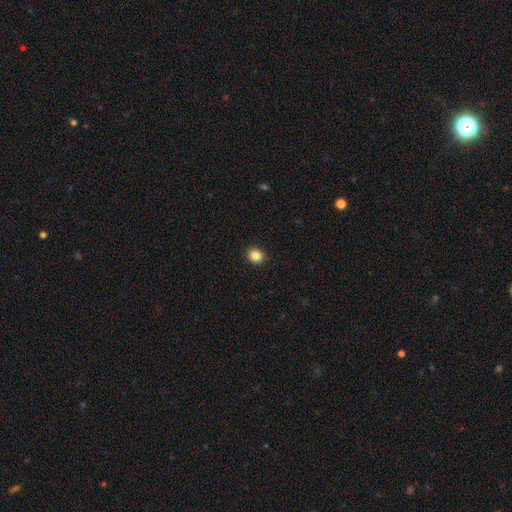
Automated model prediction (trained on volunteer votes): A smooth galaxy with no disk features (85%) that is round (71%). Merging: none (92%).